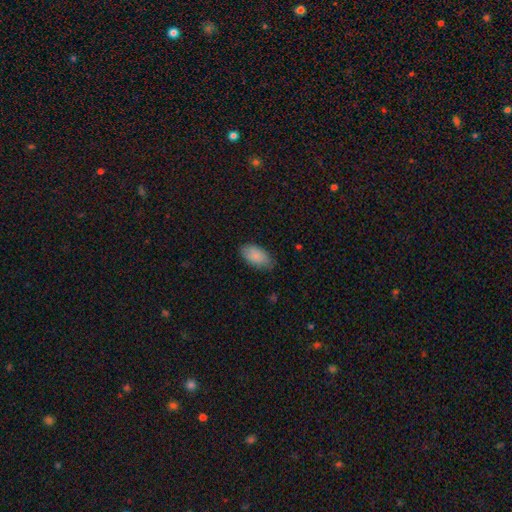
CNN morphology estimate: This appears to be a smooth galaxy with no disk features (88%) that is in between round and cigar-shaped (95%). Merging: none (80%).